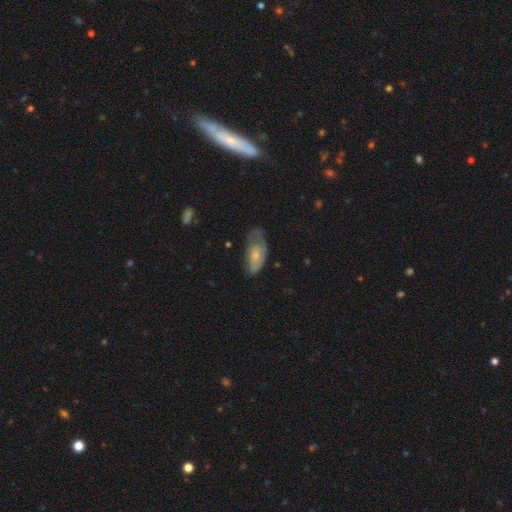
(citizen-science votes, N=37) Morphology: type=smooth (54%); roundness=in between (90%); merging=minor disturbance (58%).